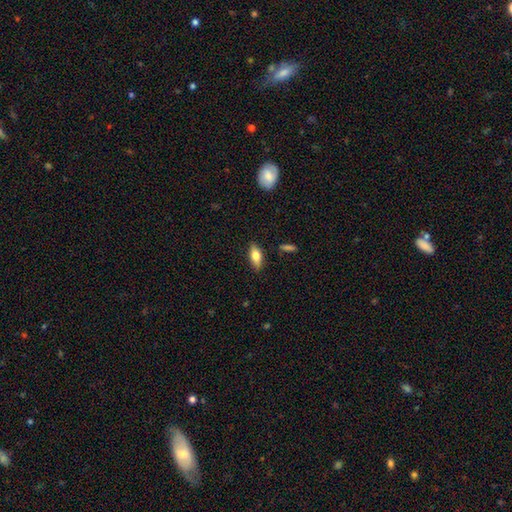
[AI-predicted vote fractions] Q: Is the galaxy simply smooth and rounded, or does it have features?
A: smooth — 71%.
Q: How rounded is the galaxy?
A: in between — 78%.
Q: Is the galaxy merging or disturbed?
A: none — 84%.